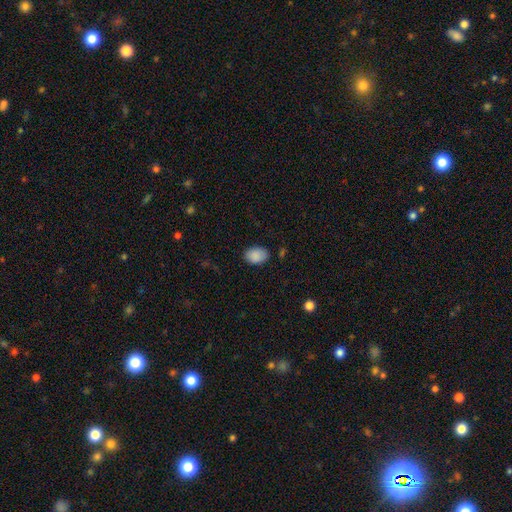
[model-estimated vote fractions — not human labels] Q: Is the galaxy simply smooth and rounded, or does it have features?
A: smooth — 89%.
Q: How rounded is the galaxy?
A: in between — 80%.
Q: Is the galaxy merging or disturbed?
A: none — 81%.